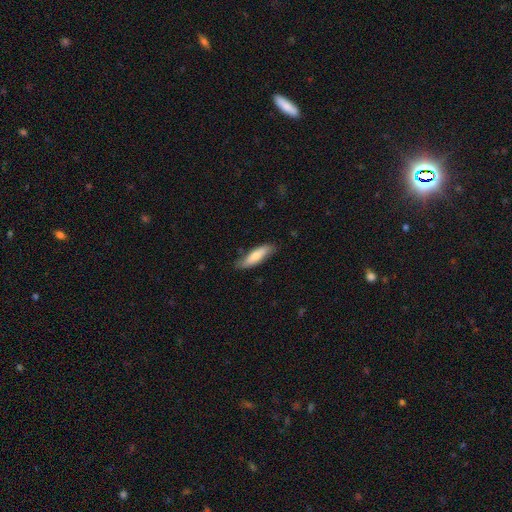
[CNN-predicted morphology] Overall: smooth (70%). How rounded: cigar-shaped (58%; in between 41%). Merging: none (76%).